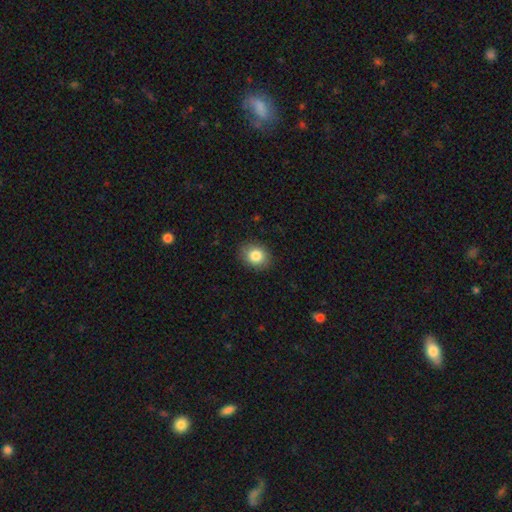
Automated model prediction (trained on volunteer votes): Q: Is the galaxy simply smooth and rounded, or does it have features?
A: smooth — 84%.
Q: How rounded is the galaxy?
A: round — 54%.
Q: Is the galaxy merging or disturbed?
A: none — 87%.